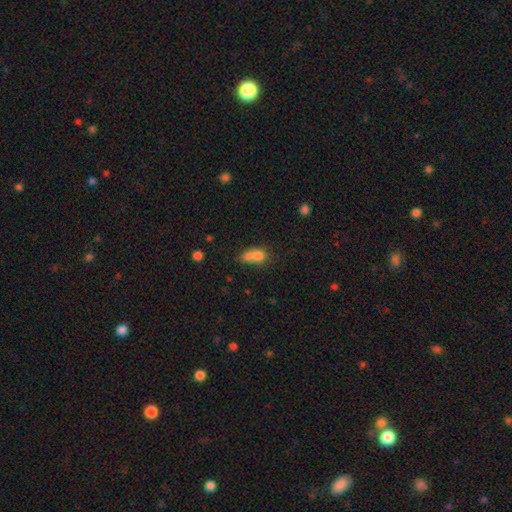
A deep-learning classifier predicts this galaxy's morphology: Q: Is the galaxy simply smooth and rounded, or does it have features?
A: smooth — 73%.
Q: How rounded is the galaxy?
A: in between — 54%.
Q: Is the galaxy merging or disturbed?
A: merger — 61%.